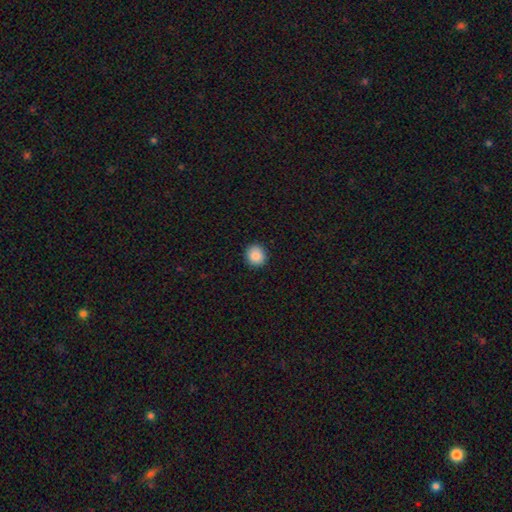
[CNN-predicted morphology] The model was most divided on "how rounded": round: 87%, in between: 12%, cigar-shaped: 1%. More confident: merging — none (91%); smooth or featured — smooth (88%).